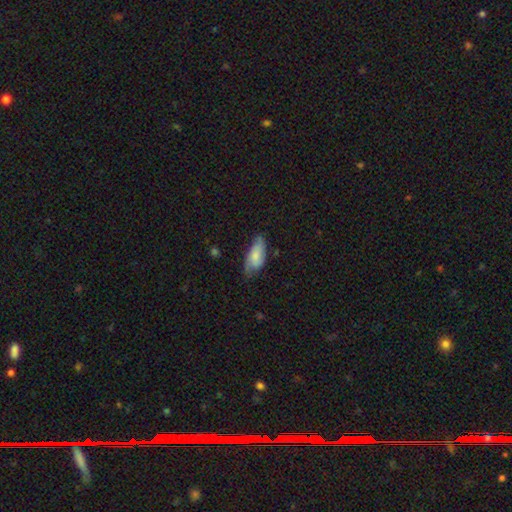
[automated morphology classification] This appears to be a smooth galaxy with no disk features (59%) that is in between round and cigar-shaped (86%). Merging: none (50%).